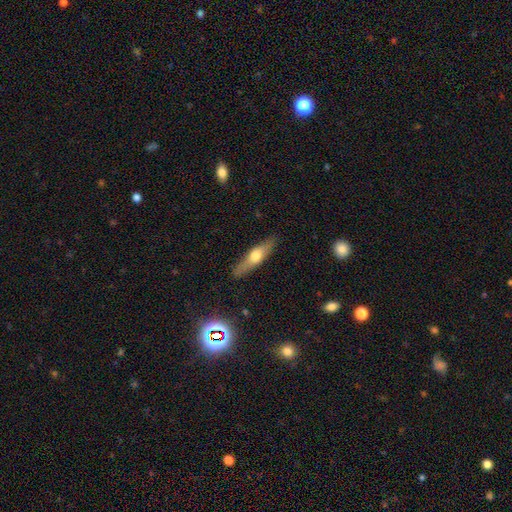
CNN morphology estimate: A featured or disk galaxy (50%).

Vote fractions:
- Smooth or featured? featured or disk: 50% / smooth: 44% / star or artifact: 6%
- Merging? none: 87% / minor disturbance: 10% / major disturbance: 2% / merger: 1%